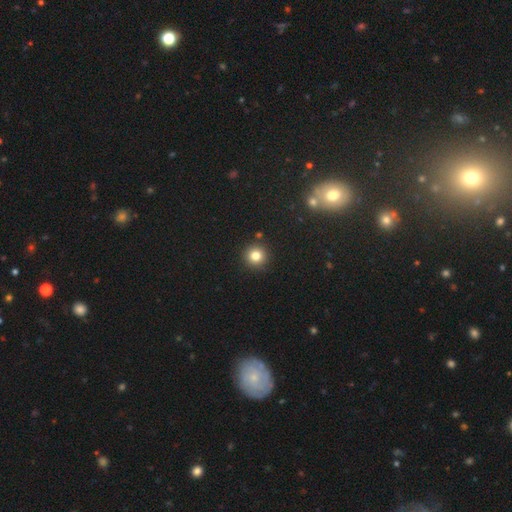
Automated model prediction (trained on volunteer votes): Morphology: type=smooth (81%); roundness=round (95%); merging=none (90%).